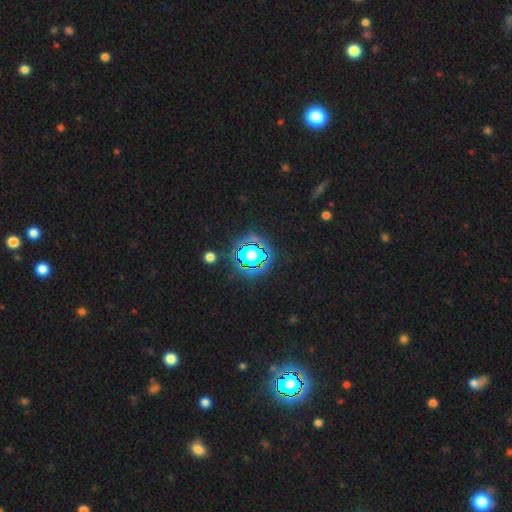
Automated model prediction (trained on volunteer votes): Smooth or featured?
  - star or artifact: 81% *
  - smooth: 12%
  - featured or disk: 7%